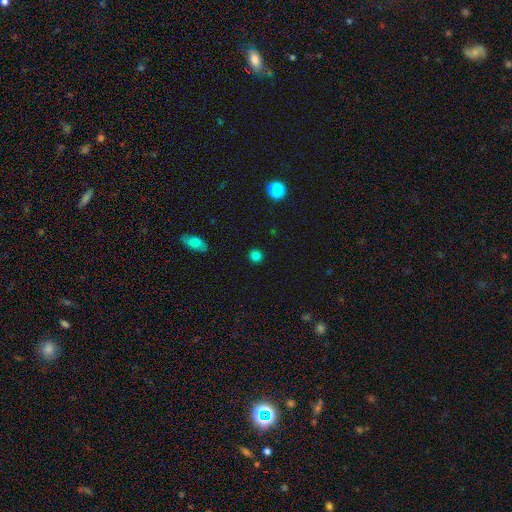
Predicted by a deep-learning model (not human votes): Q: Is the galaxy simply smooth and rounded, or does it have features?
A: smooth — 82%.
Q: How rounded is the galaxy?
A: round — 91%.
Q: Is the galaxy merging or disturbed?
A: none — 90%.